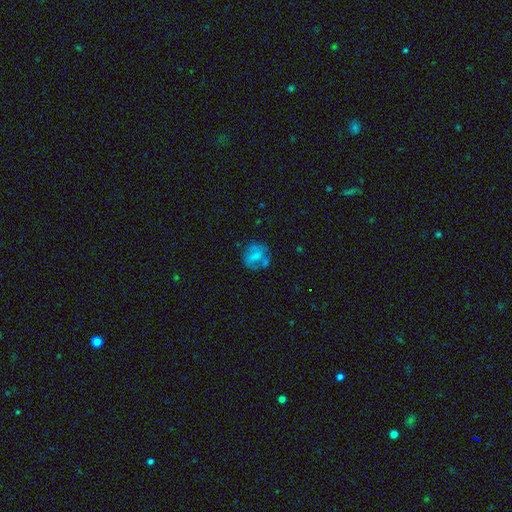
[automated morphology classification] Smooth or featured? smooth (54%)
How rounded? round (70%)
Merging? none (53%)